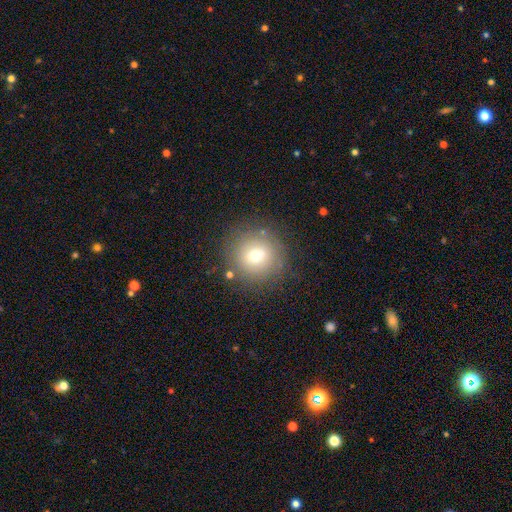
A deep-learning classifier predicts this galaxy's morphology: A smooth galaxy with no disk features (69%) that is round (92%).

Vote fractions:
- Smooth or featured? smooth: 69% / featured or disk: 17% / star or artifact: 14%
- How rounded? round: 92% / in between: 7% / cigar-shaped: 1%
- Merging? none: 84% / minor disturbance: 10% / major disturbance: 4% / merger: 2%